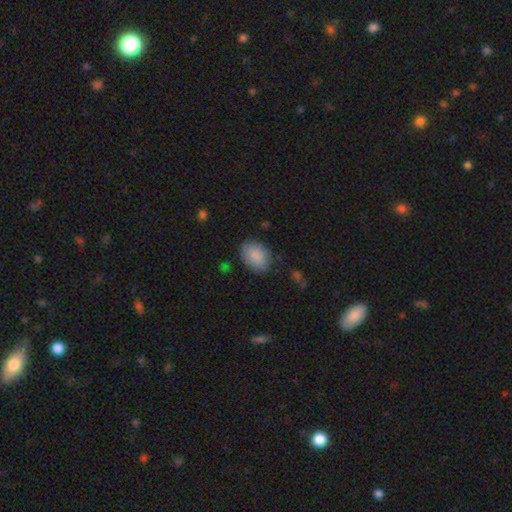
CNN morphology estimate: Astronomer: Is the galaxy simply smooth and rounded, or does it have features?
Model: smooth — 87%.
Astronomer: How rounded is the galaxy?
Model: in between — 82%.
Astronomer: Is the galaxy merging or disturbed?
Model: none — 79%.